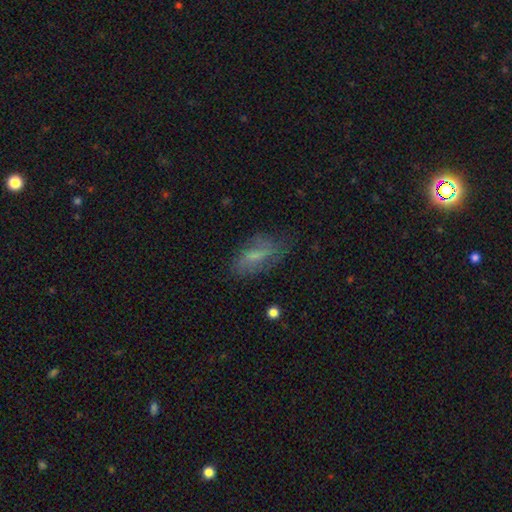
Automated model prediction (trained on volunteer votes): The model was most divided on "smooth or featured": smooth: 50%, featured or disk: 41%, star or artifact: 10%. More confident: merging — none (64%).